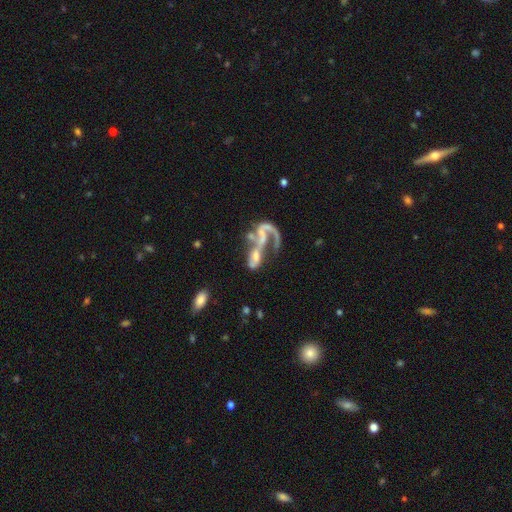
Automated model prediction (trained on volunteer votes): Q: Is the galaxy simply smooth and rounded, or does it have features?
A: featured or disk — 72%.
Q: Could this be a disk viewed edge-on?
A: no — 94%.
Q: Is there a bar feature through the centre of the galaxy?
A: no — 63%.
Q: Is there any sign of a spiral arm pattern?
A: yes — 62%.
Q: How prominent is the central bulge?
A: none — 44%.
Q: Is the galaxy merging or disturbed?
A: merger — 46%.